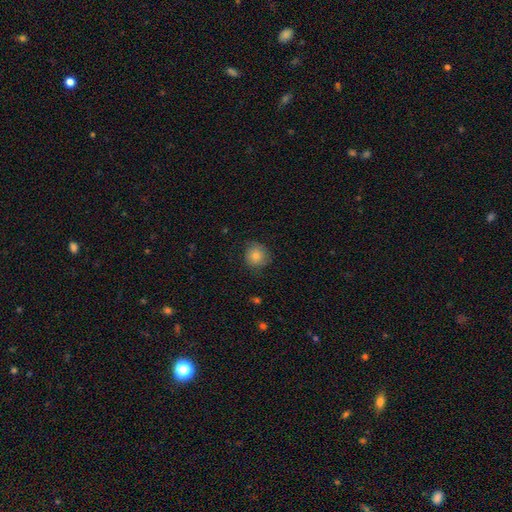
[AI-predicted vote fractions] smooth_or_featured: smooth (p=0.76) [alt: featured or disk p=0.12]
how_rounded: round (p=0.92) [alt: in between p=0.07]
merging: none (p=0.80) [alt: minor disturbance p=0.15]